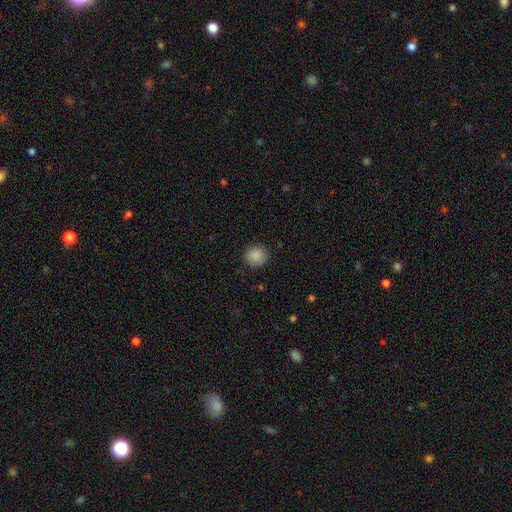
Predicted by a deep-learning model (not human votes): A smooth galaxy with no disk features (88%) that is round (91%). Merging: none (90%).